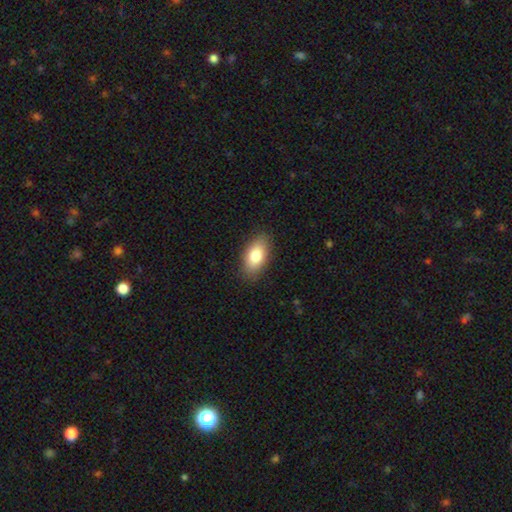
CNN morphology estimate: This appears to be a smooth galaxy with no disk features (82%) that is in between round and cigar-shaped (91%). Merging: none (86%).